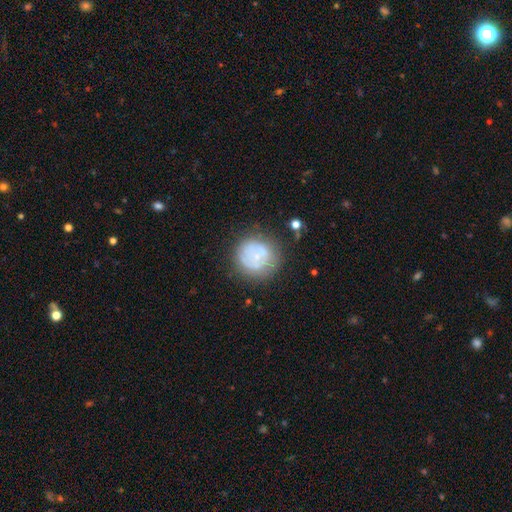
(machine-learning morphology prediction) A smooth galaxy with no disk features (49%). Merging: none (57%).